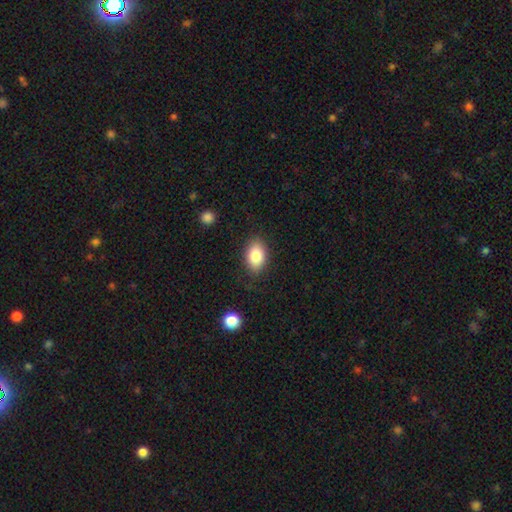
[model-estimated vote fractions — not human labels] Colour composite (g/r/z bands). It shows a smooth galaxy with no disk features (84%) that is in between round and cigar-shaped (88%). Merging: none (84%).